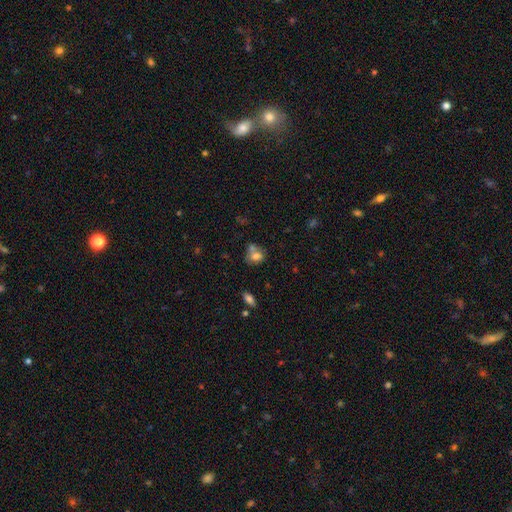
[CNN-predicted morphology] Smooth or featured? smooth (72%)
How rounded? in between (50%)
Merging? merger (44%)